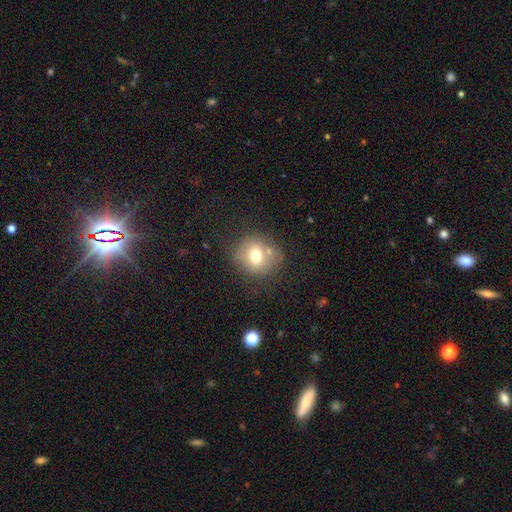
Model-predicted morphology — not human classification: Smooth or featured: smooth — 69% (featured or disk — 19%)
How rounded: round — 80% (in between — 19%)
Merging: none — 65% (minor disturbance — 16%)